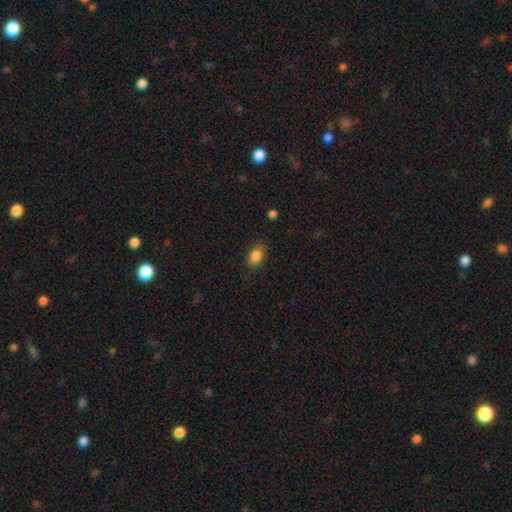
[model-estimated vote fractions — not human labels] Q: Smooth or featured?
A: smooth (85%); runner-up: star or artifact (9%)
Q: How rounded?
A: in between (83%); runner-up: round (15%)
Q: Merging?
A: none (81%); runner-up: minor disturbance (14%)